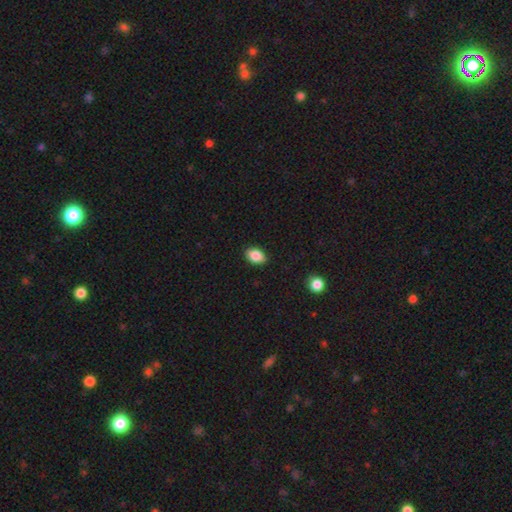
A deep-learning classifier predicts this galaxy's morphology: type=smooth (87%); roundness=in between (83%); merging=none (88%).